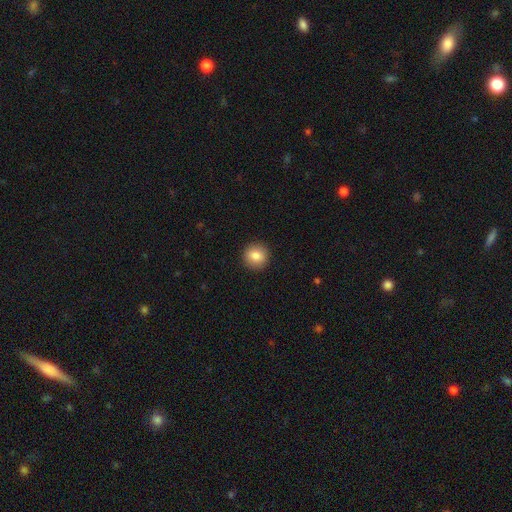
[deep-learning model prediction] Smooth or featured: smooth — 84% (star or artifact — 9%)
How rounded: round — 92% (in between — 7%)
Merging: none — 92% (minor disturbance — 5%)